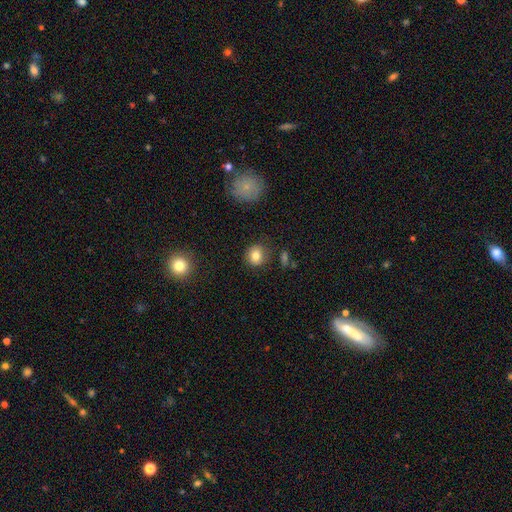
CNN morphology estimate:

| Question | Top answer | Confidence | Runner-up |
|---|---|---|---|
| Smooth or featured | smooth | 81% | star or artifact (10%) |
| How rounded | round | 86% | in between (13%) |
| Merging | none | 84% | minor disturbance (10%) |